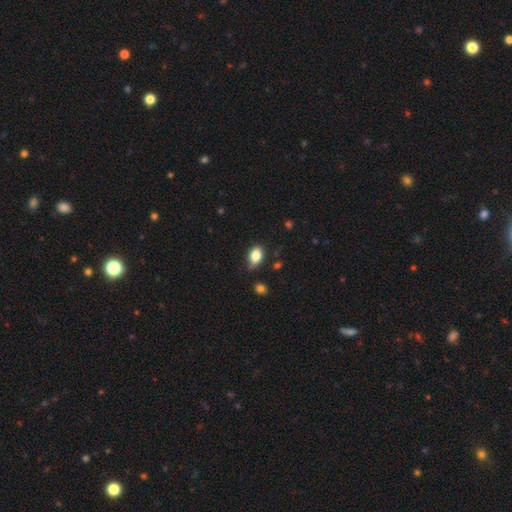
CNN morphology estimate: This appears to be a smooth galaxy with no disk features (81%) that is in between round and cigar-shaped (83%). Merging: none (57%).